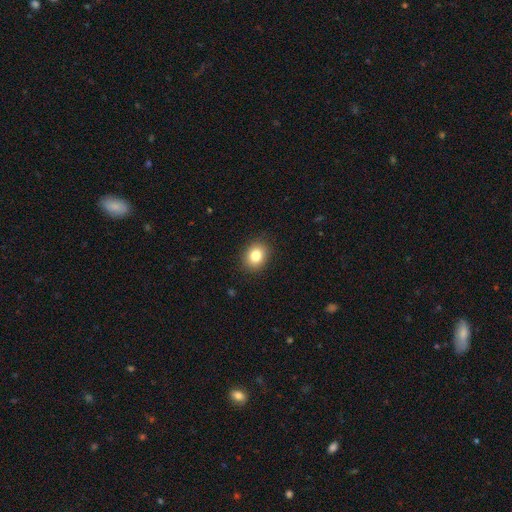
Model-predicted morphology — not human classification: The model was most divided on "how rounded": round: 57%, in between: 43%, cigar-shaped: 1%. More confident: merging — none (89%); smooth or featured — smooth (81%).